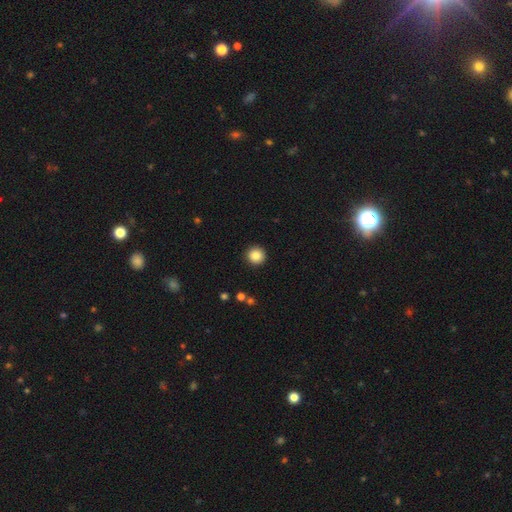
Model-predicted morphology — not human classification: smooth 86%, star or artifact 9%, featured or disk 5%. Down the decision tree: how rounded — round (95%); merging — none (92%).